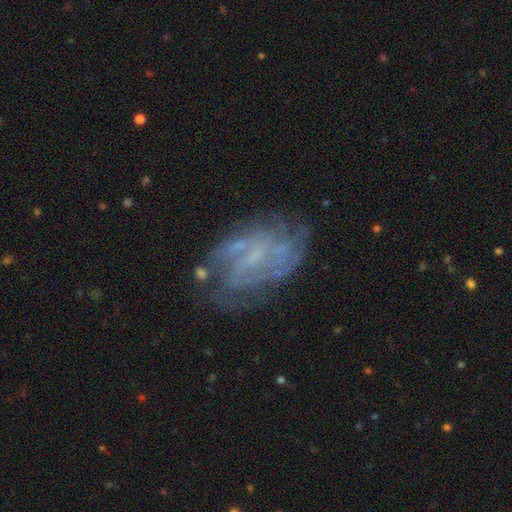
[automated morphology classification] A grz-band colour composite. It shows a featured or disk galaxy (75%) with a weak bar (46%), tight (39%) spiral arms (76%) and no central bulge (46%). Merging: none (60%).